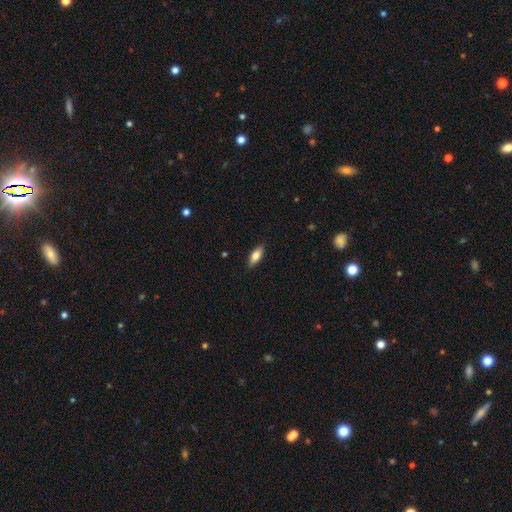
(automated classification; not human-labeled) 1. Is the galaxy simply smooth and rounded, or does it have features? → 77% smooth, 17% featured or disk, 6% star or artifact.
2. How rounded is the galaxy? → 73% in between, 25% cigar-shaped, 2% round.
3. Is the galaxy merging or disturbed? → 86% none, 11% minor disturbance, 2% major disturbance, 1% merger.